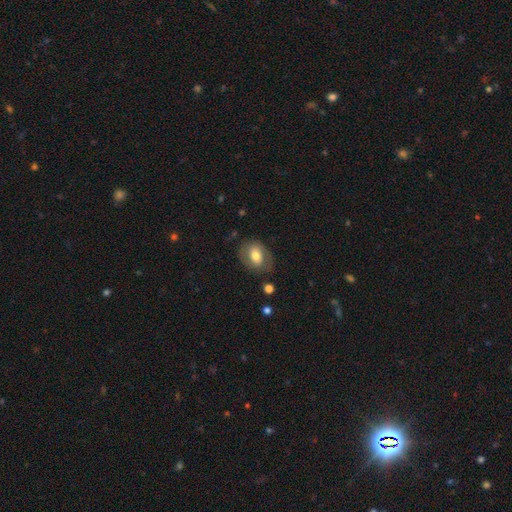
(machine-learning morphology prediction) Q: Smooth or featured?
A: smooth (59%); runner-up: featured or disk (34%)
Q: How rounded?
A: in between (68%); runner-up: round (31%)
Q: Merging?
A: none (70%); runner-up: minor disturbance (18%)